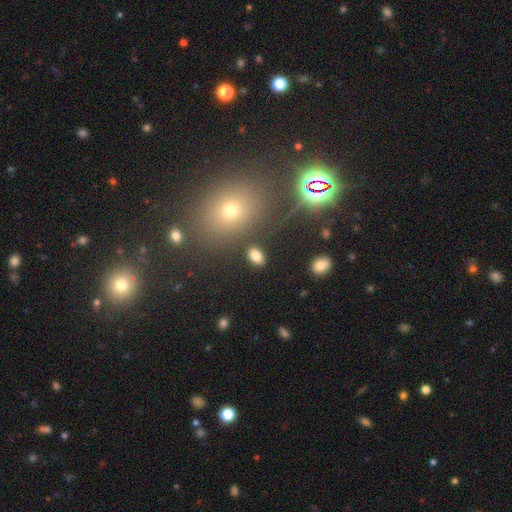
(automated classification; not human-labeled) This is clearly a smooth galaxy (81%). How rounded: clearly in between (83%). Merging: clearly none (84%).